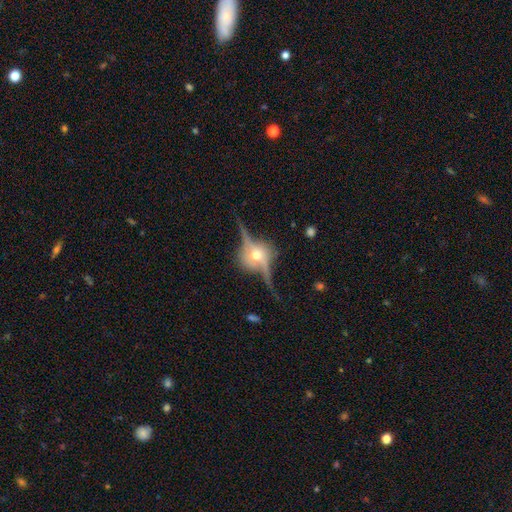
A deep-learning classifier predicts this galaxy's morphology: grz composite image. It shows a featured or disk galaxy (86%) viewed edge-on (90%) with a rounded central bulge (94%). Merging: none (76%).